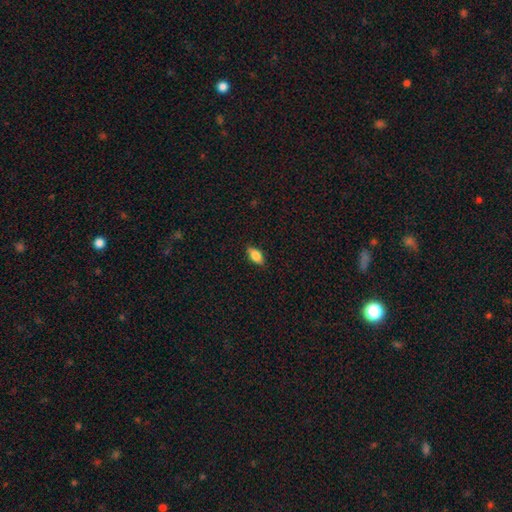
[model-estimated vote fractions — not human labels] Smooth or featured?
  - smooth: 79% *
  - featured or disk: 13%
  - star or artifact: 7%
How rounded?
  - in between: 88% *
  - cigar-shaped: 8%
  - round: 5%
Merging?
  - none: 85% *
  - minor disturbance: 11%
  - major disturbance: 2%
  - merger: 1%